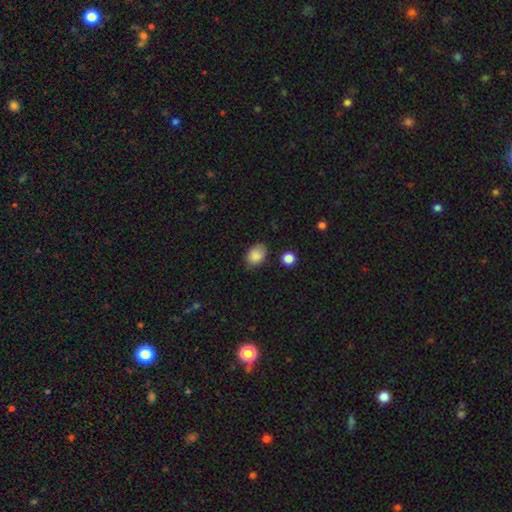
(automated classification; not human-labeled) Morphology: type=smooth (86%); roundness=in between (80%); merging=none (71%).